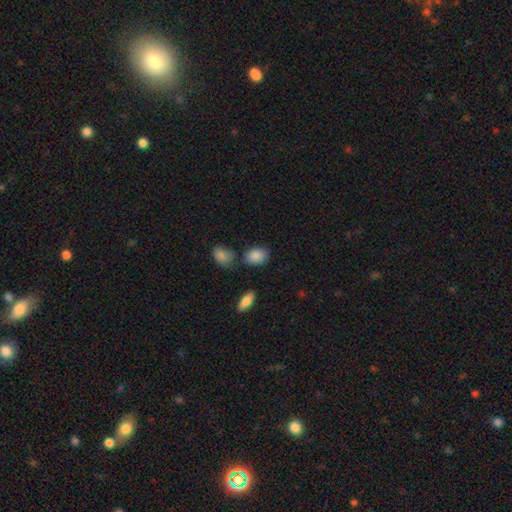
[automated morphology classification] smooth-or-featured: smooth: 88% | star or artifact: 7% | featured or disk: 5%
  how-rounded: in between: 84% | round: 15% | cigar-shaped: 2%
  merging: none: 70% | minor disturbance: 17% | merger: 9% | major disturbance: 4%